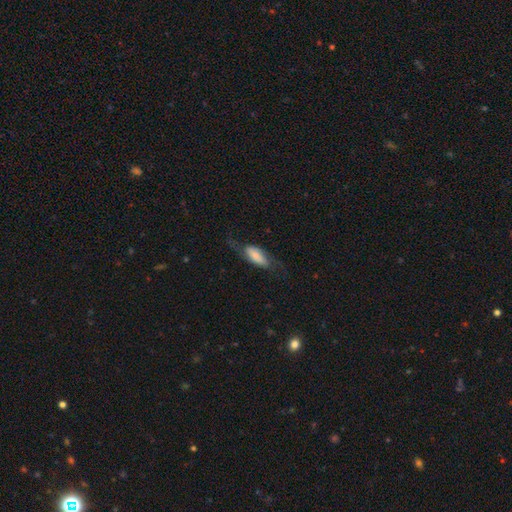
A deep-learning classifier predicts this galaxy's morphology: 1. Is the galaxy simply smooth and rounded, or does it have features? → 48% featured or disk, 45% smooth, 7% star or artifact.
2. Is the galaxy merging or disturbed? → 56% none, 21% minor disturbance, 21% major disturbance, 2% merger.